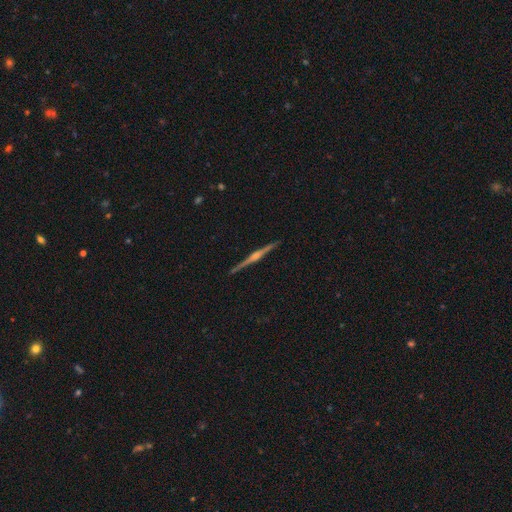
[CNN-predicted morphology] A featured or disk galaxy (77%) viewed edge-on (97%) with a rounded central bulge (78%).

Vote fractions:
- Smooth or featured? featured or disk: 77% / smooth: 14% / star or artifact: 9%
- Edge-on disk? yes: 97% / no: 3%
- Edge-on bulge? rounded: 78% / none: 13% / boxy: 9%
- Merging? none: 90% / minor disturbance: 7% / major disturbance: 2% / merger: 2%